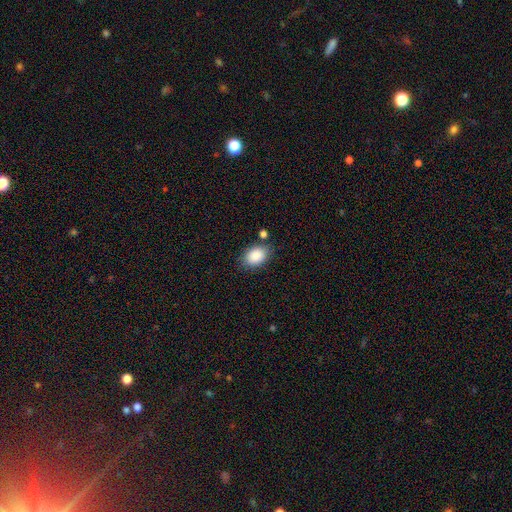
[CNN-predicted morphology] Q: Smooth or featured?
A: smooth (88%); runner-up: star or artifact (7%)
Q: How rounded?
A: in between (83%); runner-up: round (16%)
Q: Merging?
A: none (75%); runner-up: minor disturbance (15%)